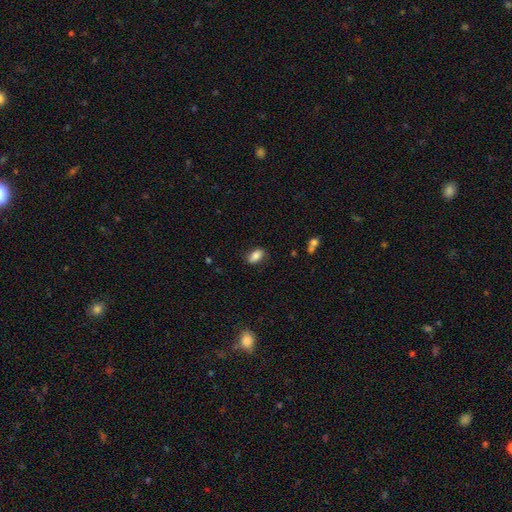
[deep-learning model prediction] smooth_or_featured: smooth (p=0.83) [alt: featured or disk p=0.09]
how_rounded: in between (p=0.91) [alt: round p=0.05]
merging: none (p=0.82) [alt: minor disturbance p=0.13]